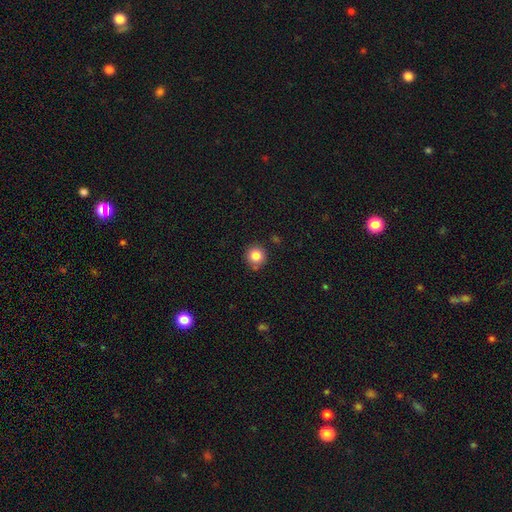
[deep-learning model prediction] A smooth galaxy with no disk features (84%) that is round (93%). Merging: none (84%).